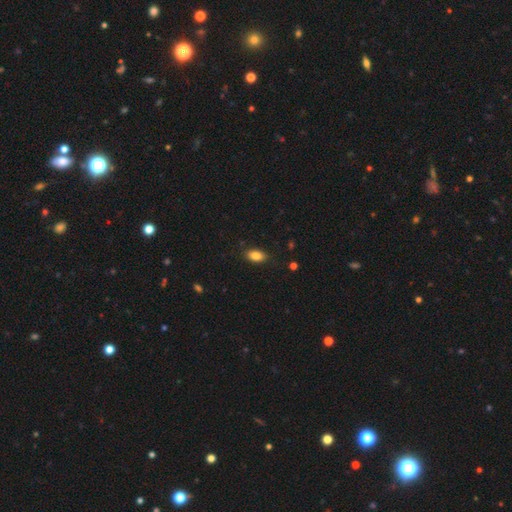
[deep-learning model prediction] Smooth or featured? Predicted: smooth (p=0.86). How rounded? Predicted: in between (p=0.90). Merging? Predicted: none (p=0.84).